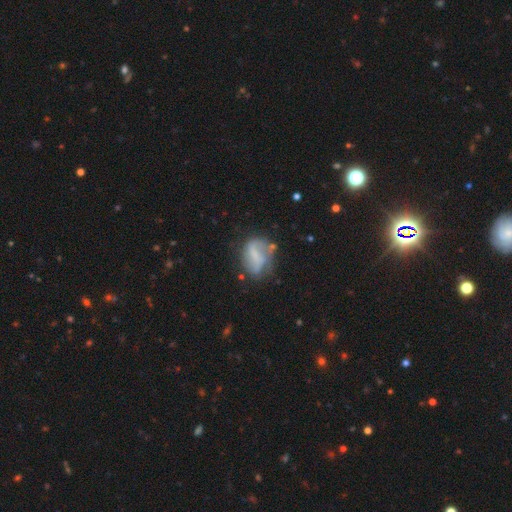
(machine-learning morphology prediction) smooth-or-featured: featured or disk: 51% | smooth: 40% | star or artifact: 9%
  disk-edge-on: no: 96% | yes: 4%
  merging: none: 48% | minor disturbance: 28% | major disturbance: 18% | merger: 7%